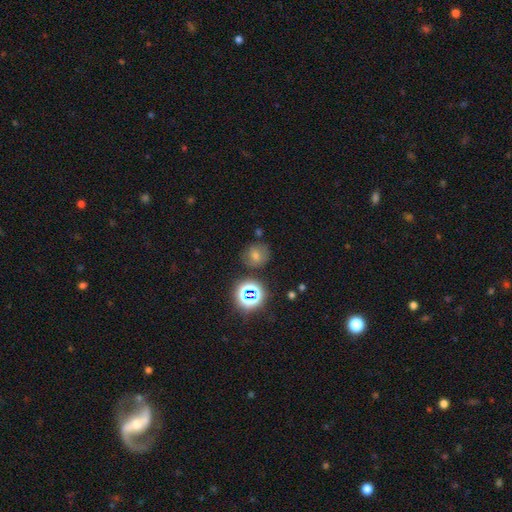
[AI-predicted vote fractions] A smooth galaxy with no disk features (43%). Merging: none (77%).